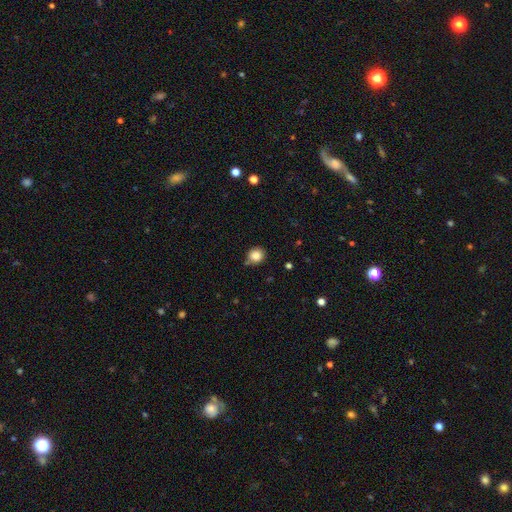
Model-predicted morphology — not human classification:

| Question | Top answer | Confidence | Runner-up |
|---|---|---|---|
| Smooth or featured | smooth | 86% | star or artifact (10%) |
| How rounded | round | 84% | in between (15%) |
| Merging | none | 72% | minor disturbance (19%) |